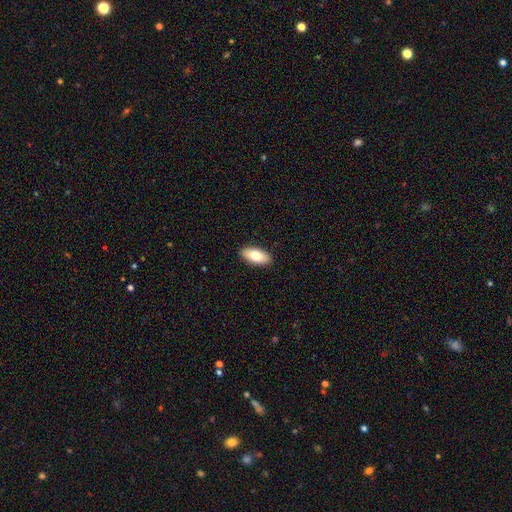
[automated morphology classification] This appears to be a smooth galaxy with no disk features (75%) that is in between round and cigar-shaped (90%). Merging: none (90%).